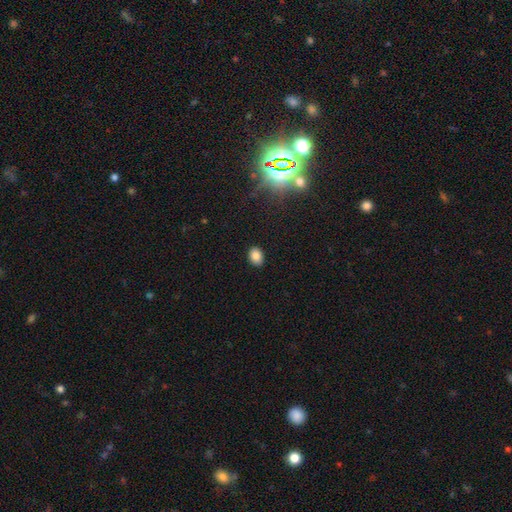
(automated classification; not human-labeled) smooth_or_featured: smooth (p=0.85) [alt: star or artifact p=0.10]
how_rounded: in between (p=0.68) [alt: round p=0.31]
merging: none (p=0.90) [alt: minor disturbance p=0.07]